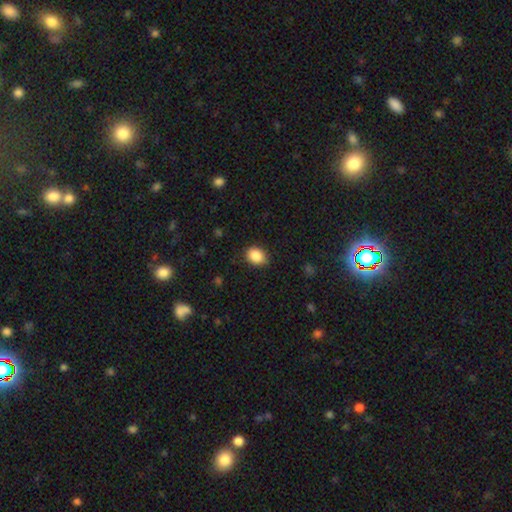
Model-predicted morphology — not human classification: smooth_or_featured: smooth (p=0.88) [alt: star or artifact p=0.08]
how_rounded: in between (p=0.61) [alt: round p=0.38]
merging: none (p=0.85) [alt: minor disturbance p=0.11]